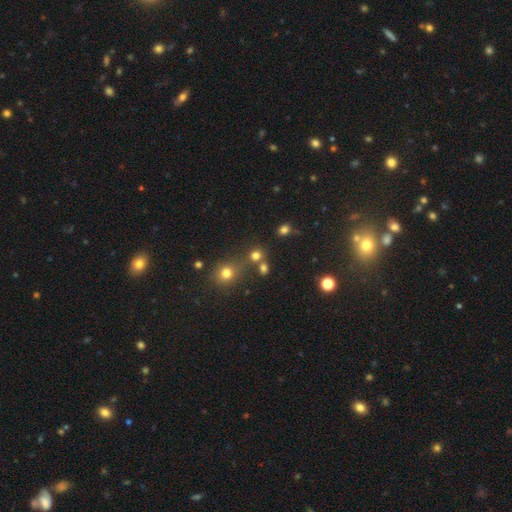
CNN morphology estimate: A smooth galaxy with no disk features (72%) that is round (81%). Merging: none (61%).